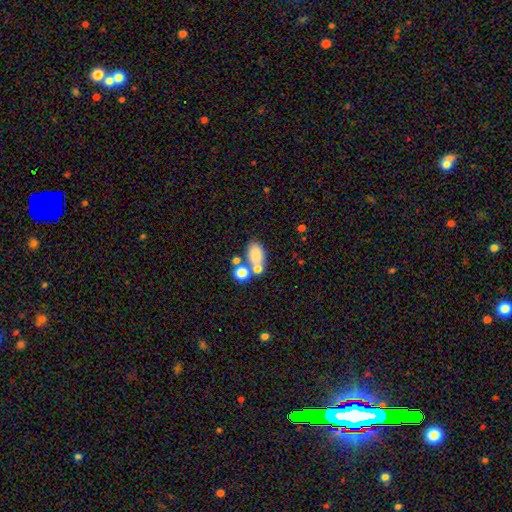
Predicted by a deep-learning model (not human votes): This is likely a smooth galaxy (75%). How rounded: clearly in between (84%). Merging: marginally none (44%).